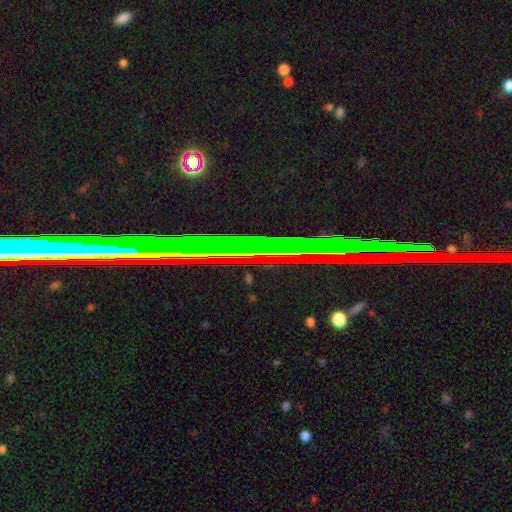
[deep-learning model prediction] Smooth or featured?
  - star or artifact: 66% *
  - featured or disk: 22%
  - smooth: 12%